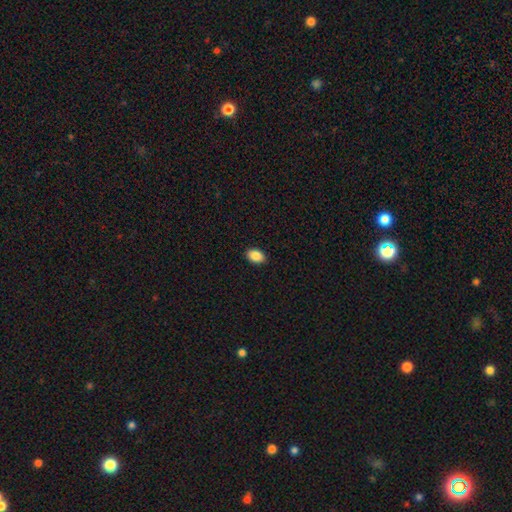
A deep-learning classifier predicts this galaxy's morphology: Smooth or featured? smooth (88%)
How rounded? in between (85%)
Merging? none (90%)